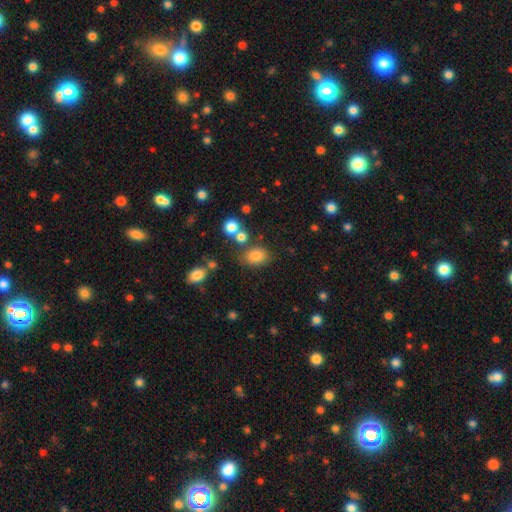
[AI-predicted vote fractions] smooth_or_featured: smooth (p=0.81) [alt: star or artifact p=0.12]
how_rounded: in between (p=0.68) [alt: round p=0.31]
merging: none (p=0.71) [alt: minor disturbance p=0.13]